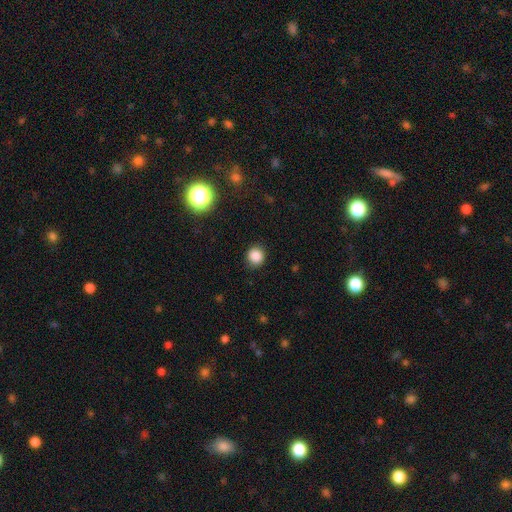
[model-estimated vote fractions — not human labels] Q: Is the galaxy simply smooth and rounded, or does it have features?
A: smooth — 85%.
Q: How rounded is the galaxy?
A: round — 87%.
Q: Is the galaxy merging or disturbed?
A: none — 88%.